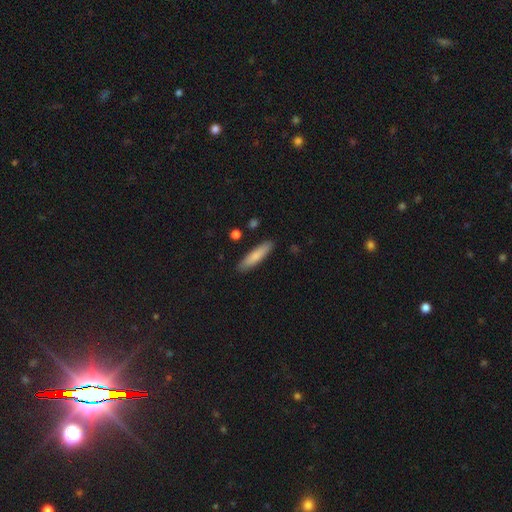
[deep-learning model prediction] smooth_or_featured: smooth (p=0.80) [alt: featured or disk p=0.14]
how_rounded: cigar-shaped (p=0.78) [alt: in between p=0.21]
merging: none (p=0.89) [alt: minor disturbance p=0.08]